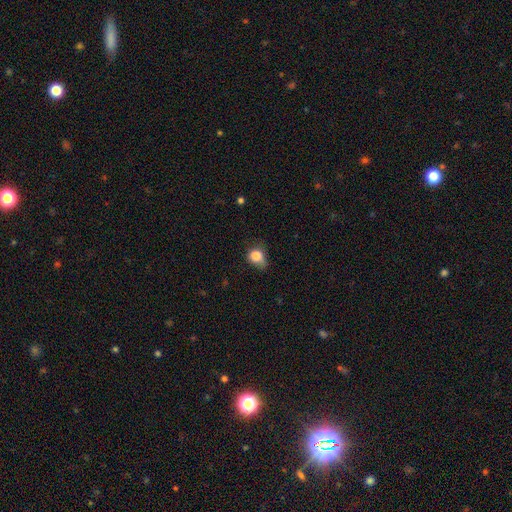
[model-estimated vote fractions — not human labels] This is clearly a smooth galaxy (81%). How rounded: likely round (61%). Merging: marginally minor disturbance (42%).